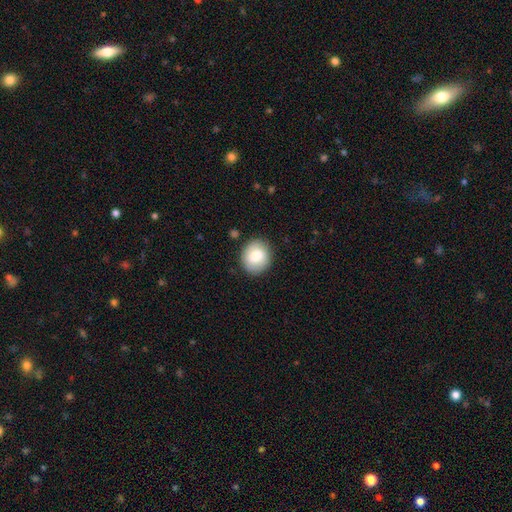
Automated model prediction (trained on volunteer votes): This appears to be a smooth galaxy with no disk features (78%) that is round (74%). Merging: none (87%).